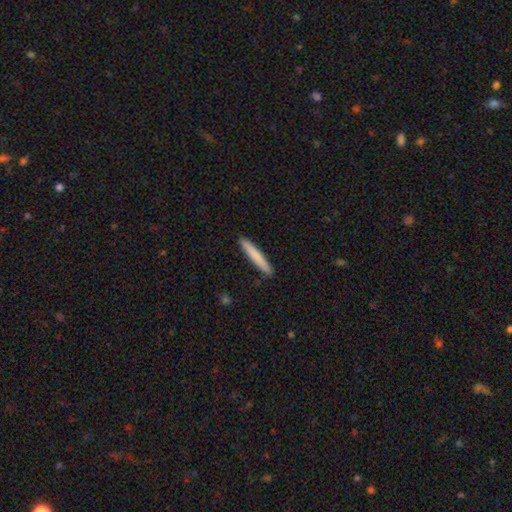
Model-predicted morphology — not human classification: The model was most divided on "smooth or featured": smooth: 77%, featured or disk: 18%, star or artifact: 5%. More confident: how rounded — cigar-shaped (95%); merging — none (91%).